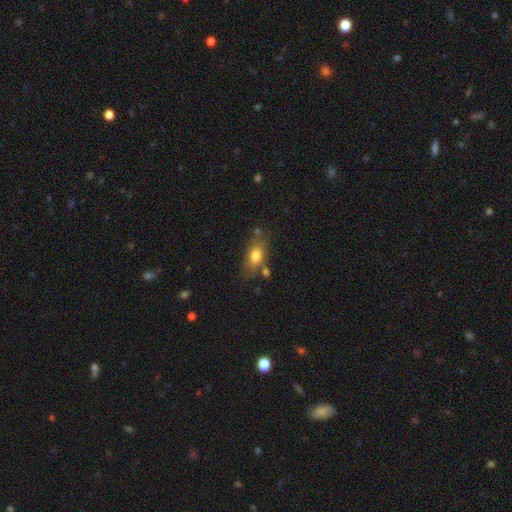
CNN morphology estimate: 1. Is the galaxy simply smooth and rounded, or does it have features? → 75% smooth, 17% featured or disk, 8% star or artifact.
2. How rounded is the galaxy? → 79% in between, 11% cigar-shaped, 10% round.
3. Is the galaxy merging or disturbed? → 67% none, 18% minor disturbance, 10% merger, 5% major disturbance.